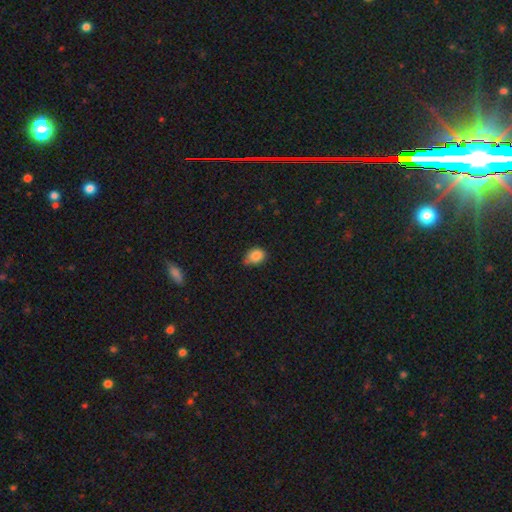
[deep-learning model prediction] smooth_or_featured: smooth (p=0.85) [alt: star or artifact p=0.10]
how_rounded: round (p=0.50) [alt: in between p=0.49]
merging: none (p=0.53) [alt: minor disturbance p=0.38]